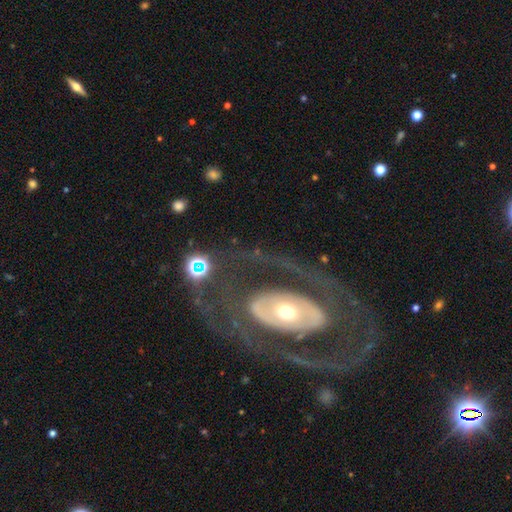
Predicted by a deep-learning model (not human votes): Smooth or featured: featured or disk — 78% (smooth — 16%)
Edge-on disk: no — 93% (yes — 7%)
Bar: no — 73% (weak — 15%)
Spiral arms: no — 57% (yes — 43%)
Bulge size: moderate — 52% (small — 31%)
Merging: none — 74% (minor disturbance — 12%)